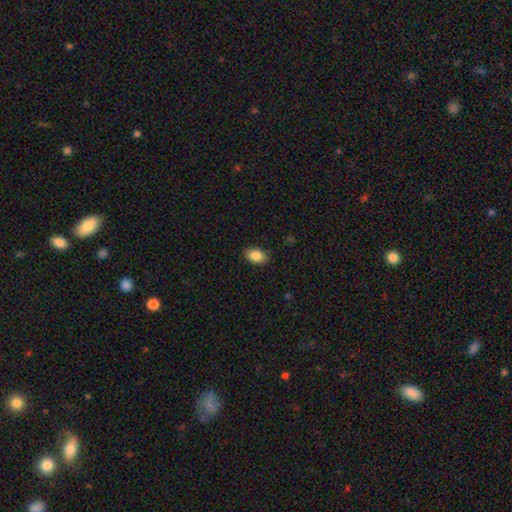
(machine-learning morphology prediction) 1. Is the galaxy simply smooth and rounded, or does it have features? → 87% smooth, 7% star or artifact, 6% featured or disk.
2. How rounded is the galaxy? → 87% in between, 11% round, 1% cigar-shaped.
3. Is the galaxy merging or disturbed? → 88% none, 9% minor disturbance, 2% major disturbance, 1% merger.